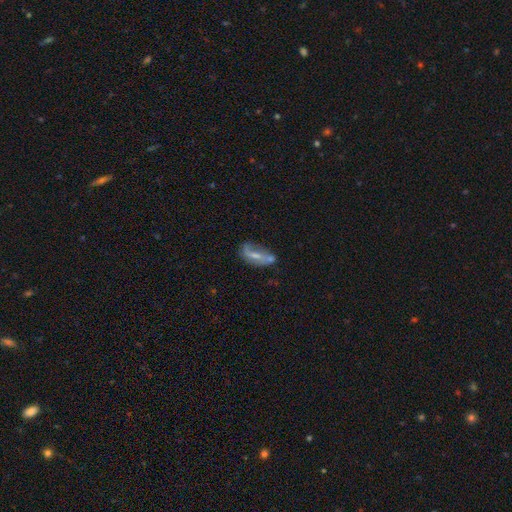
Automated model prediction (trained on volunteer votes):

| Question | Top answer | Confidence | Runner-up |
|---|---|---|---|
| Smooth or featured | featured or disk | 47% | smooth (44%) |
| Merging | none | 36% | minor disturbance (25%) |